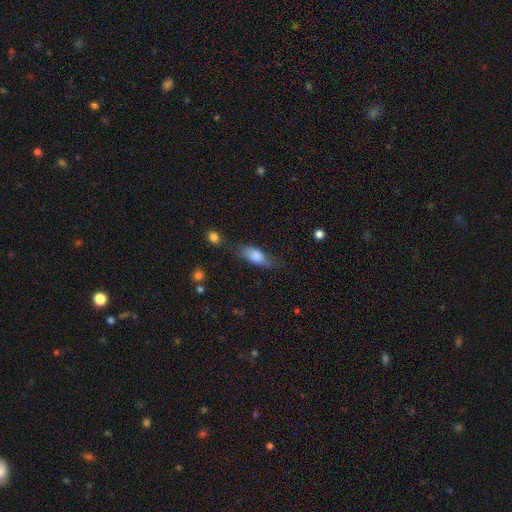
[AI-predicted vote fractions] Smooth or featured: smooth — 75% (featured or disk — 18%)
How rounded: in between — 78% (cigar-shaped — 18%)
Merging: none — 52% (minor disturbance — 27%)